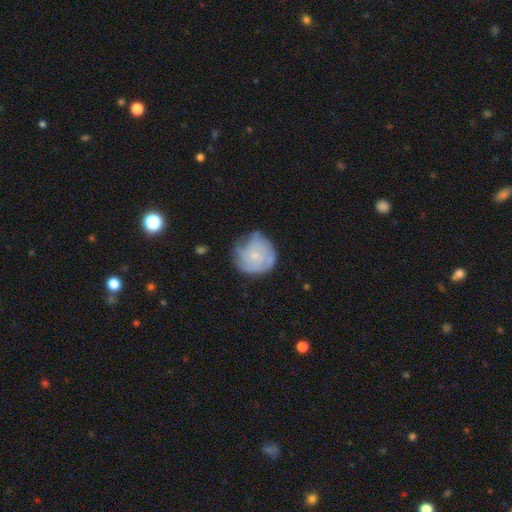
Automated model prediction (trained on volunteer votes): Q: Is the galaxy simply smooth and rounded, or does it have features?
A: featured or disk — 60%.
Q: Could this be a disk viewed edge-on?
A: no — 98%.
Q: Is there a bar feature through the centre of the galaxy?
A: no — 80%.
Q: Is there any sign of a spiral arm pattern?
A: yes — 79%.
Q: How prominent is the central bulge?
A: small — 70%.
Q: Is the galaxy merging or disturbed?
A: none — 58%.